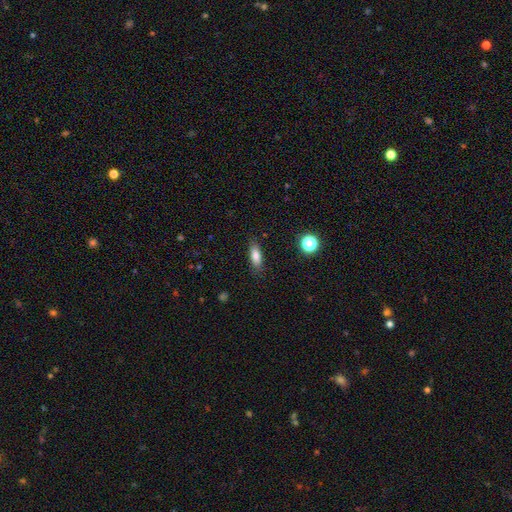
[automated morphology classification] A smooth galaxy with no disk features (80%) that is in between round and cigar-shaped (64%). Merging: none (85%).